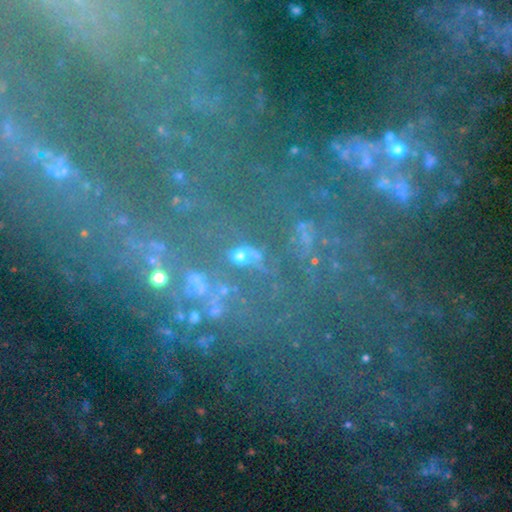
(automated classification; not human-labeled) Smooth or featured? Predicted: star or artifact (p=0.41).